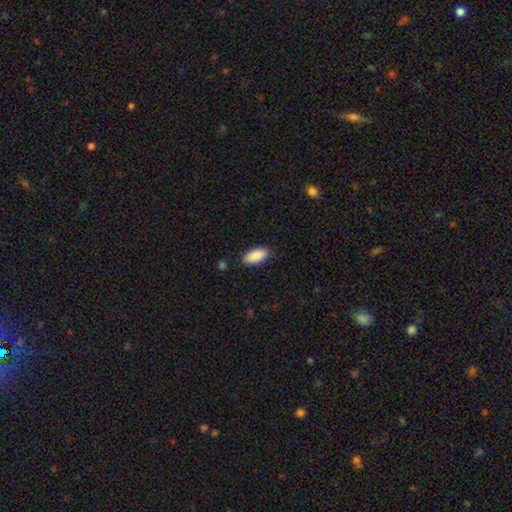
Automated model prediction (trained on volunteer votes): smooth_or_featured: smooth (p=0.90) [alt: star or artifact p=0.06]
how_rounded: in between (p=0.90) [alt: cigar-shaped p=0.08]
merging: none (p=0.86) [alt: minor disturbance p=0.11]